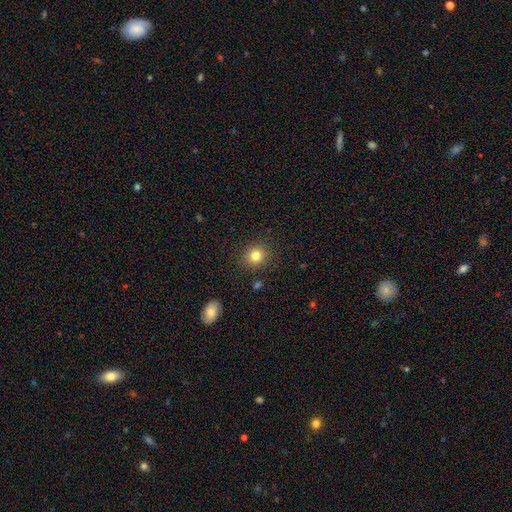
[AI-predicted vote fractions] The model was most divided on "how rounded": round: 79%, in between: 20%, cigar-shaped: 1%. More confident: merging — none (88%); smooth or featured — smooth (81%).